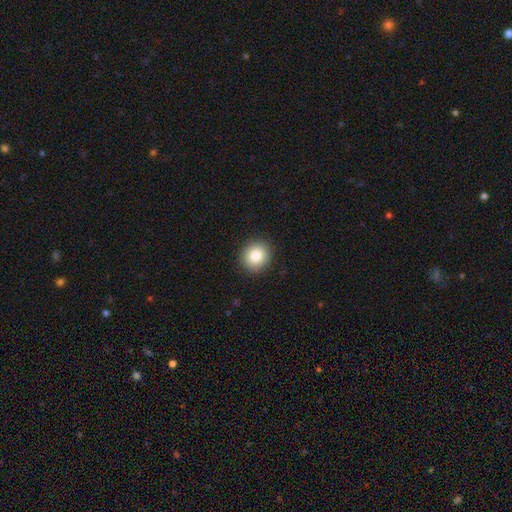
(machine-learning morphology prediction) Smooth or featured: smooth — 85% (star or artifact — 9%)
How rounded: round — 86% (in between — 14%)
Merging: none — 91% (minor disturbance — 6%)